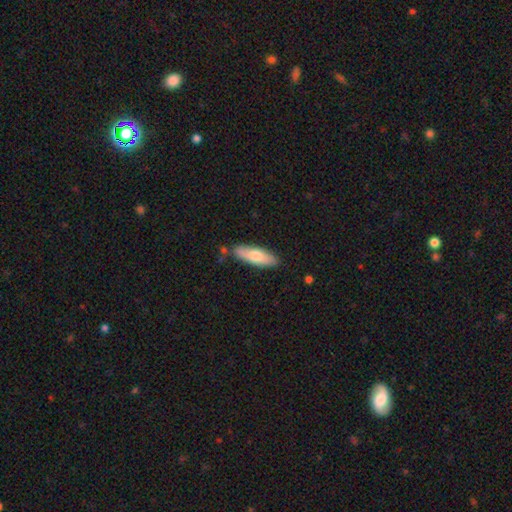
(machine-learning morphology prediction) Overall: smooth (70%). How rounded: in between (52%; cigar-shaped 46%). Merging: none (82%).